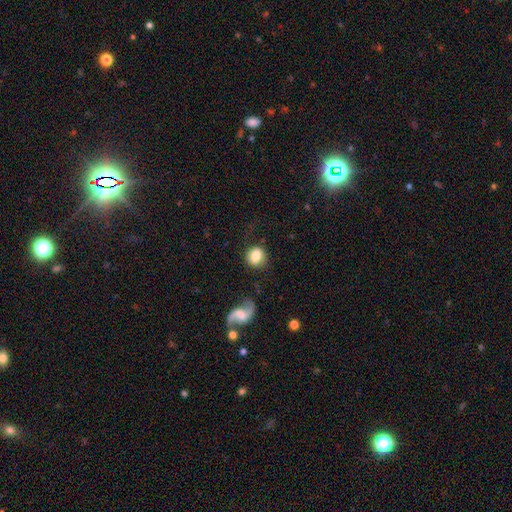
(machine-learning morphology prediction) This appears to be a smooth galaxy with no disk features (77%) that is round (81%). Merging: none (71%).